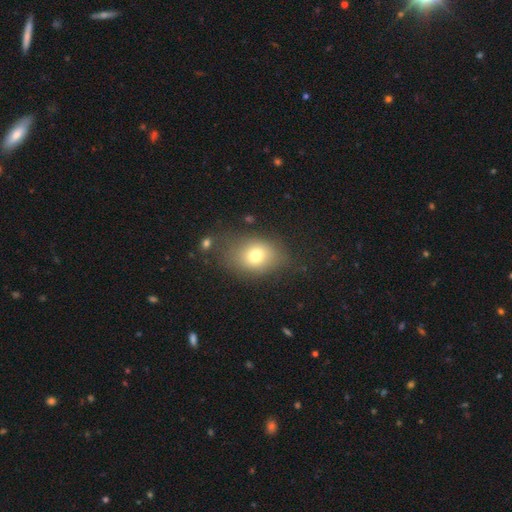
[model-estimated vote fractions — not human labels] This is likely a smooth galaxy (72%). How rounded: possibly in between (60%). Merging: likely none (69%).